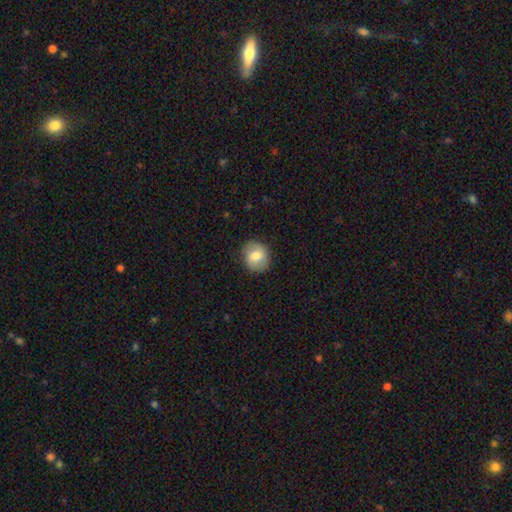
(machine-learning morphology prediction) smooth-or-featured: smooth: 73% | featured or disk: 19% | star or artifact: 8%
  how-rounded: round: 68% | in between: 31% | cigar-shaped: 1%
  merging: none: 86% | minor disturbance: 10% | major disturbance: 3% | merger: 1%